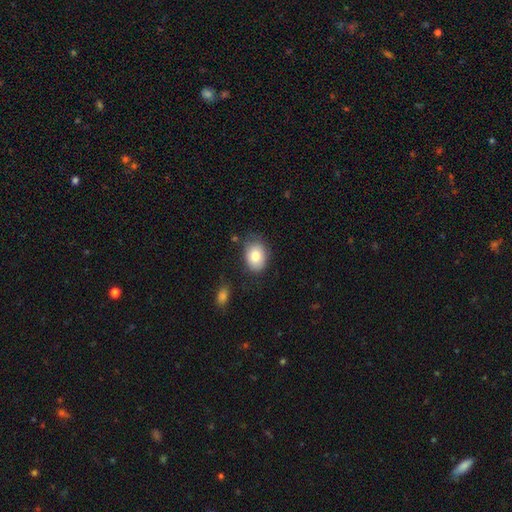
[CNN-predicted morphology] Overall: smooth (82%). How rounded: in between (73%). Merging: none (71%).